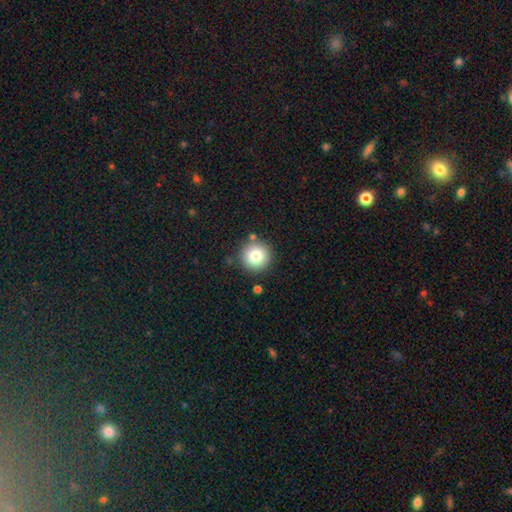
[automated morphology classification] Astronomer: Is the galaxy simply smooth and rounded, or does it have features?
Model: smooth — 80%.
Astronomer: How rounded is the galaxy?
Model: round — 95%.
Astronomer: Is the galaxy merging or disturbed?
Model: none — 86%.